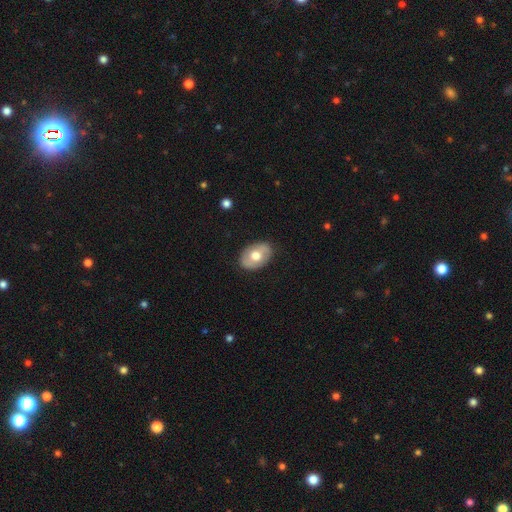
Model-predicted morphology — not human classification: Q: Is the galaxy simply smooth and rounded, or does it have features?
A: smooth — 59%.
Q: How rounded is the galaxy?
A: in between — 82%.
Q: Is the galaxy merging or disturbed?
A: none — 83%.